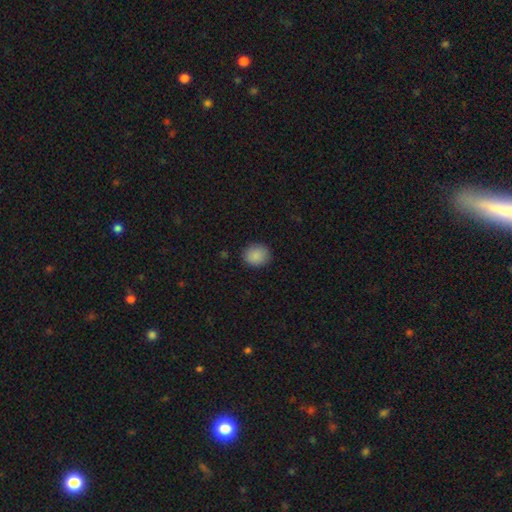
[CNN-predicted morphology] Q: Smooth or featured?
A: smooth (88%); runner-up: star or artifact (9%)
Q: How rounded?
A: round (72%); runner-up: in between (27%)
Q: Merging?
A: none (89%); runner-up: minor disturbance (8%)